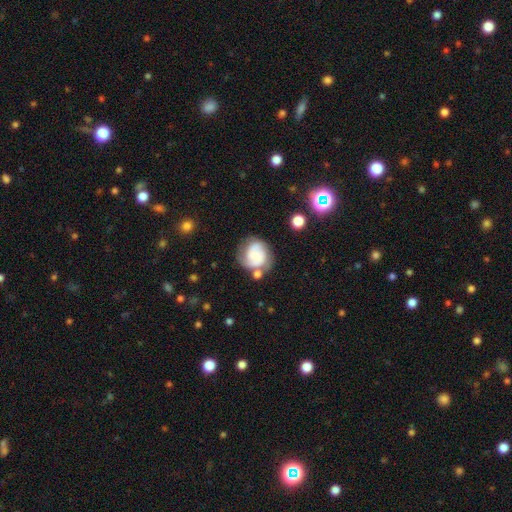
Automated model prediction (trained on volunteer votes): featured or disk 55%, smooth 36%, star or artifact 8%. Down the decision tree: edge-on disk — no (98%); bar — no (64%); spiral arms — yes (88%); bulge size — small (47%); merging — none (56%).